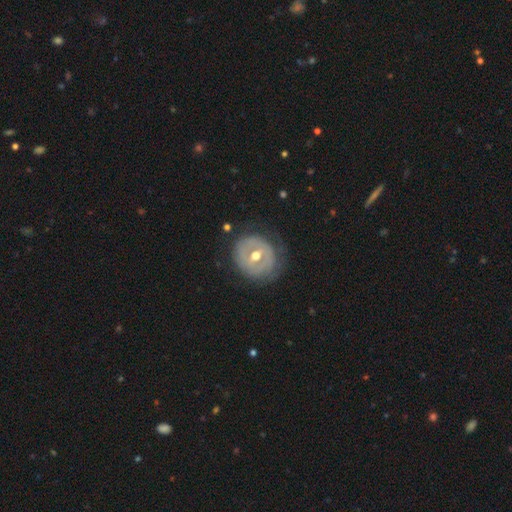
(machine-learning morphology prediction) Smooth or featured?
  - featured or disk: 67% *
  - smooth: 26%
  - star or artifact: 7%
Edge-on disk?
  - no: 96% *
  - yes: 4%
Bar?
  - no: 46% *
  - weak: 36%
  - strong: 18%
Spiral arms?
  - no: 62% *
  - yes: 38%
Bulge size?
  - moderate: 78% *
  - small: 17%
  - large: 4%
  - none: 1%
  - dominant: 1%
Merging?
  - none: 74% *
  - minor disturbance: 18%
  - major disturbance: 7%
  - merger: 1%